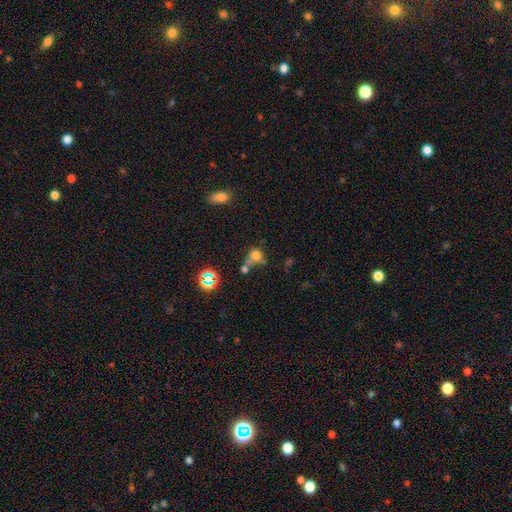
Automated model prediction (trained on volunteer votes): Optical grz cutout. It shows a smooth galaxy with no disk features (69%) that is round (73%). Merging: merger (39%).